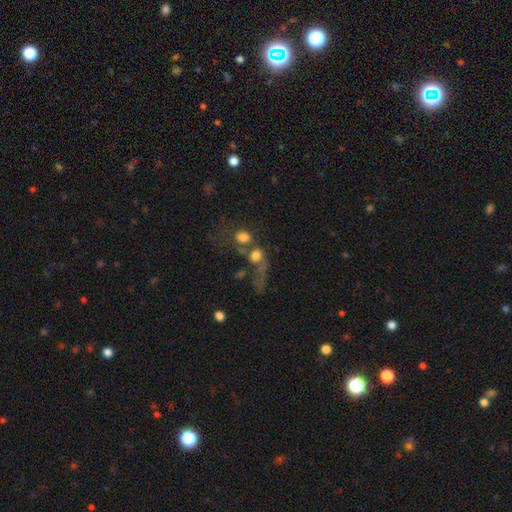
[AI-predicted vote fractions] This appears to be a smooth galaxy with no disk features (67%) that is round (62%). Merging: merger (48%).